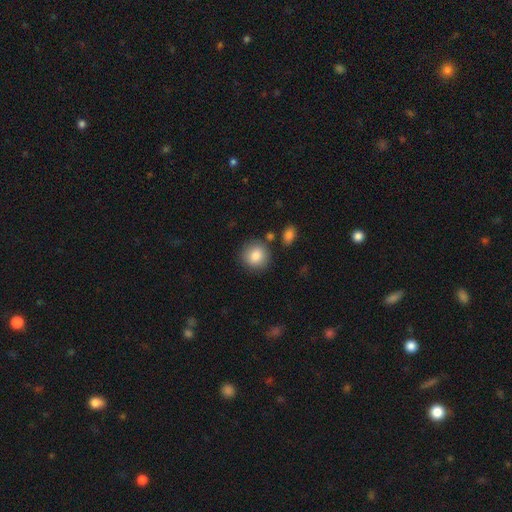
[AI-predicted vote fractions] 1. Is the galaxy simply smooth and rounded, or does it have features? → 85% smooth, 8% star or artifact, 7% featured or disk.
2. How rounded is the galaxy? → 88% round, 11% in between, 1% cigar-shaped.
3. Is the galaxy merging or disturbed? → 82% none, 9% minor disturbance, 6% merger, 3% major disturbance.